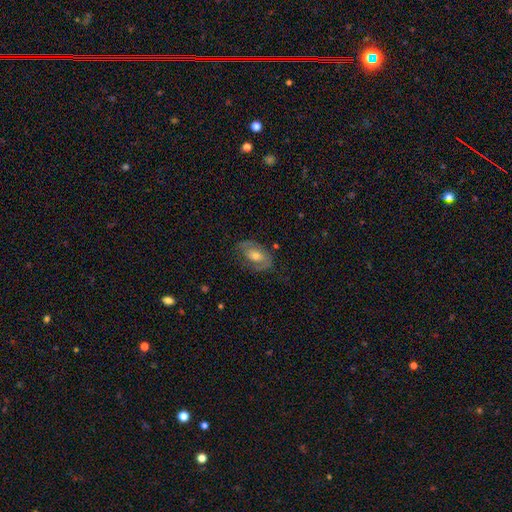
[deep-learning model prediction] Smooth or featured?
  - featured or disk: 60% *
  - smooth: 33%
  - star or artifact: 8%
Edge-on disk?
  - no: 93% *
  - yes: 7%
Bar?
  - no: 63% *
  - weak: 28%
  - strong: 9%
Spiral arms?
  - yes: 65% *
  - no: 35%
Bulge size?
  - moderate: 65% *
  - small: 23%
  - large: 10%
  - none: 2%
  - dominant: 1%
Merging?
  - none: 70% *
  - minor disturbance: 20%
  - major disturbance: 9%
  - merger: 1%